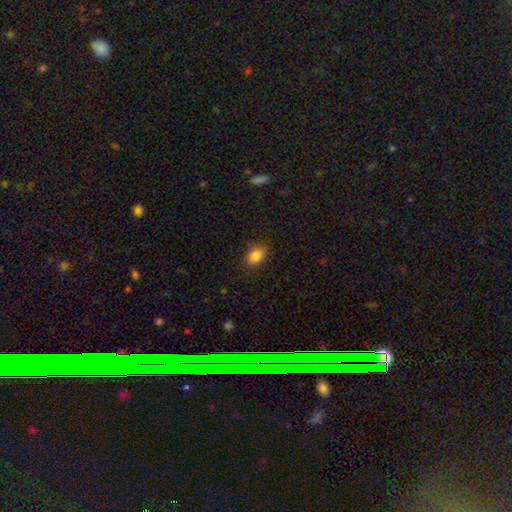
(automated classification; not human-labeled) Morphology: type=smooth (86%); roundness=in between (73%); merging=none (83%).